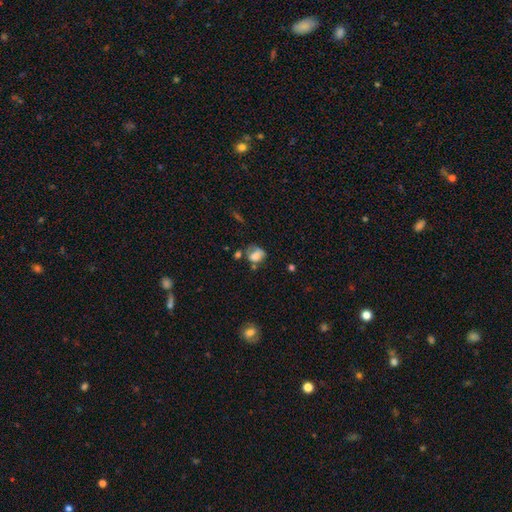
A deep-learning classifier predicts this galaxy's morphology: smooth_or_featured: smooth (p=0.70) [alt: featured or disk p=0.19]
how_rounded: in between (p=0.59) [alt: round p=0.39]
merging: none (p=0.33) [alt: minor disturbance p=0.26]